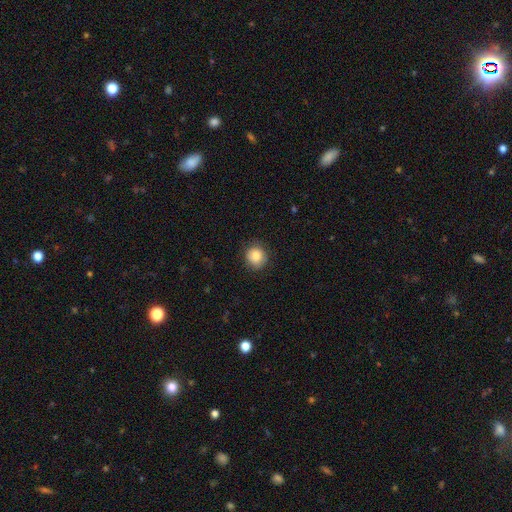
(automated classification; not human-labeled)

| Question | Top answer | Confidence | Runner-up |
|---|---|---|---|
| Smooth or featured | smooth | 85% | star or artifact (8%) |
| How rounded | round | 86% | in between (13%) |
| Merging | none | 82% | minor disturbance (14%) |